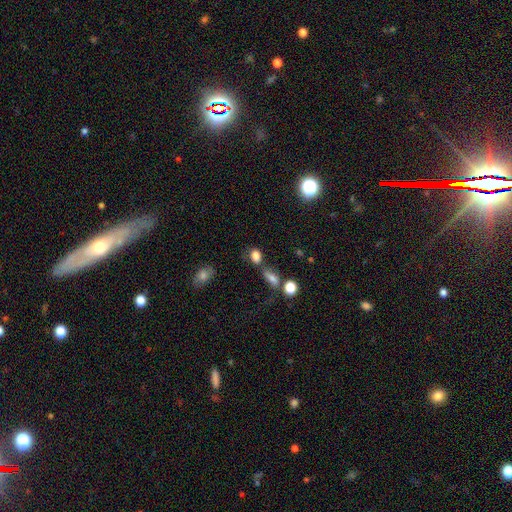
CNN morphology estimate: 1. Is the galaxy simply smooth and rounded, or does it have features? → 78% smooth, 14% star or artifact, 8% featured or disk.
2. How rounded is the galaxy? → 69% in between, 27% round, 4% cigar-shaped.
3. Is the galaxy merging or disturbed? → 50% none, 22% merger, 18% minor disturbance, 9% major disturbance.